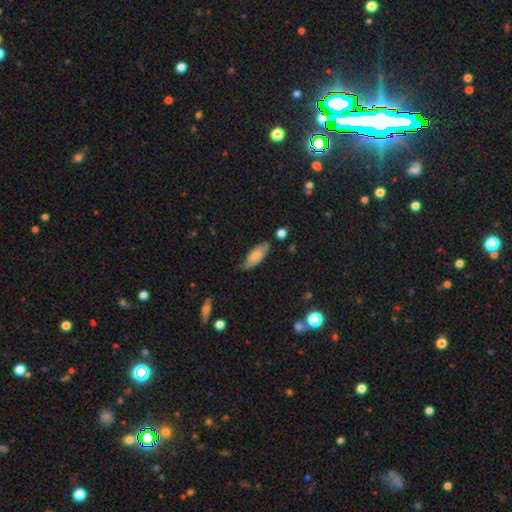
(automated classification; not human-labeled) Morphology: type=smooth (69%); roundness=in between (79%); merging=none (66%).